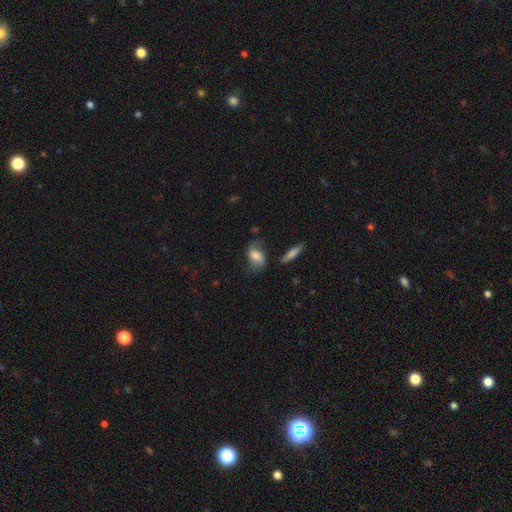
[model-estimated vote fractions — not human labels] A smooth galaxy with no disk features (59%) that is in between round and cigar-shaped (82%).

Vote fractions:
- Smooth or featured? smooth: 59% / featured or disk: 32% / star or artifact: 8%
- How rounded? in between: 82% / round: 13% / cigar-shaped: 5%
- Merging? none: 58% / minor disturbance: 25% / major disturbance: 12% / merger: 5%